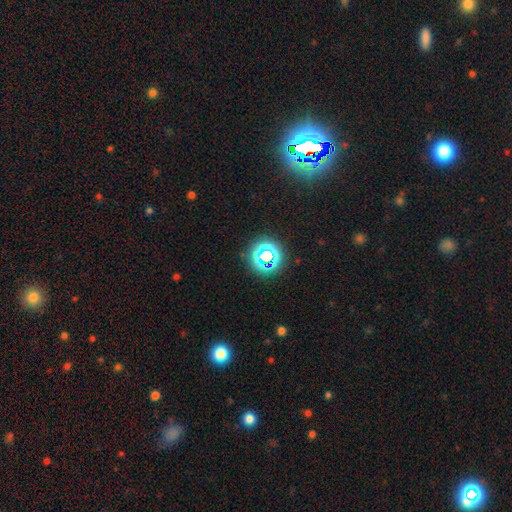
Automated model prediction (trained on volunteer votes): A star or artifact, not a galaxy (62%).